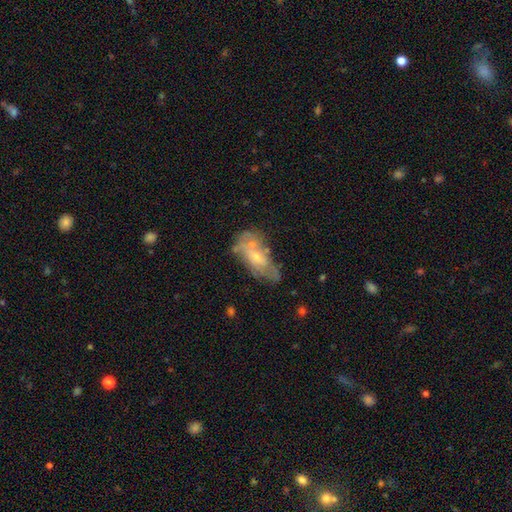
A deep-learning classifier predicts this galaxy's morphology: Smooth or featured: featured or disk — 51% (smooth — 40%)
Edge-on disk: no — 90% (yes — 10%)
Merging: none — 40% (minor disturbance — 27%)